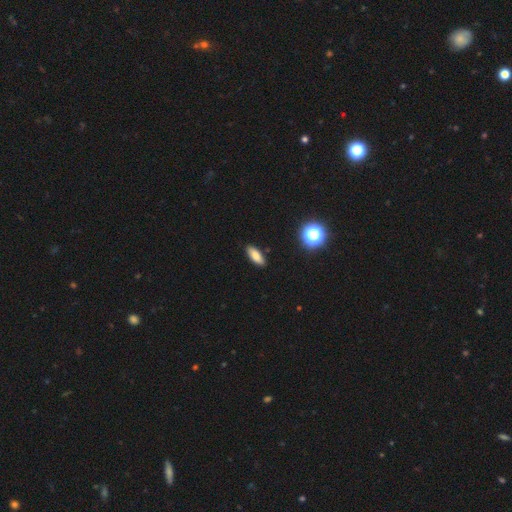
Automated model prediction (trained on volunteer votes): smooth_or_featured: smooth (p=0.78) [alt: featured or disk p=0.11]
how_rounded: in between (p=0.74) [alt: cigar-shaped p=0.23]
merging: none (p=0.89) [alt: minor disturbance p=0.08]